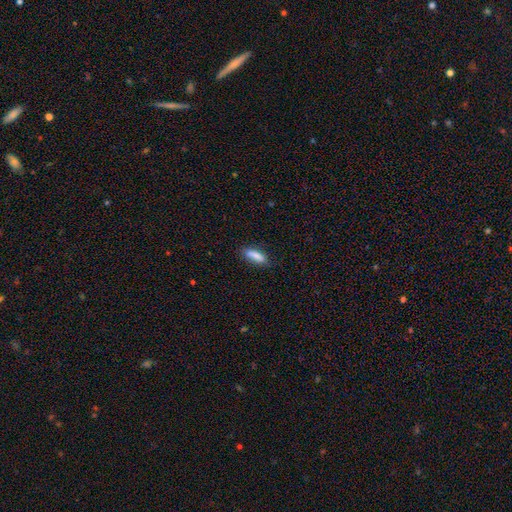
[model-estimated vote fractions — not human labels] Smooth or featured?
  - smooth: 83% *
  - featured or disk: 10%
  - star or artifact: 7%
How rounded?
  - cigar-shaped: 58% *
  - in between: 40%
  - round: 2%
Merging?
  - none: 78% *
  - minor disturbance: 17%
  - major disturbance: 4%
  - merger: 2%